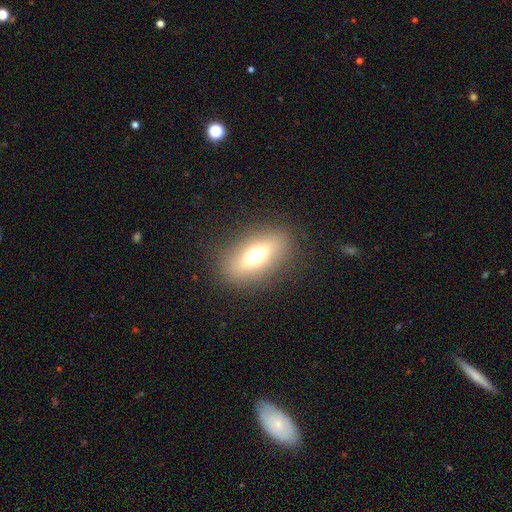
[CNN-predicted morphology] Overall: smooth (61%; featured or disk 28%). How rounded: in between (75%). Merging: none (84%).